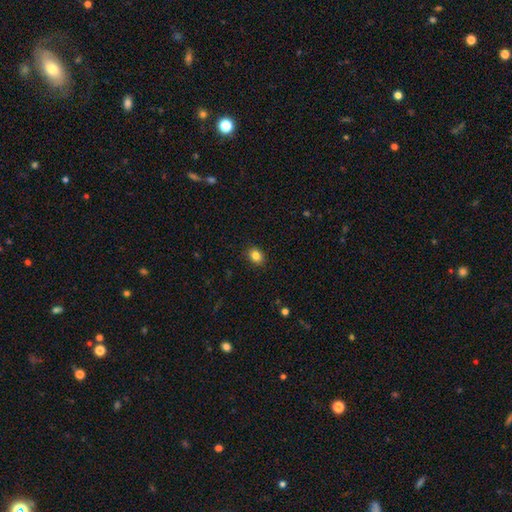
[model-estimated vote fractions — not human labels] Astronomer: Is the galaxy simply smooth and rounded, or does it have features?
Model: smooth — 85%.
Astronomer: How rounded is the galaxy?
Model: in between — 55% (runner-up: round, 44%).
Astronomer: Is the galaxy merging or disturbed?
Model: none — 89%.